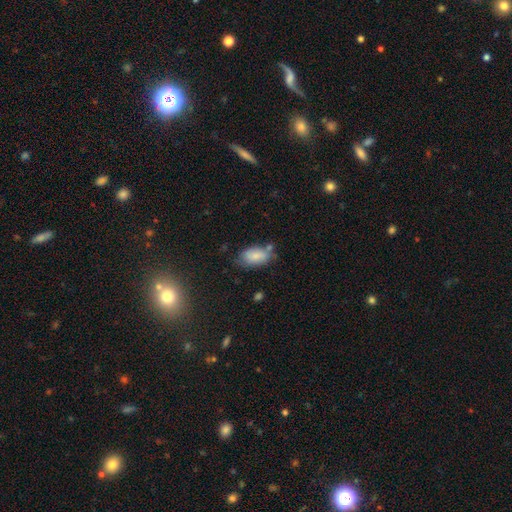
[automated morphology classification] This is likely a smooth galaxy (79%). How rounded: clearly in between (93%). Merging: possibly none (53%).